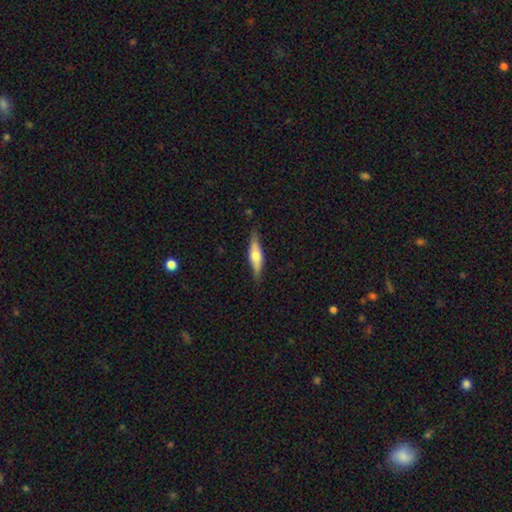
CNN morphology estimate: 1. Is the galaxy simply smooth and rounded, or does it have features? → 48% featured or disk, 46% smooth, 6% star or artifact.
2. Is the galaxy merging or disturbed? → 82% none, 14% minor disturbance, 3% major disturbance, 1% merger.